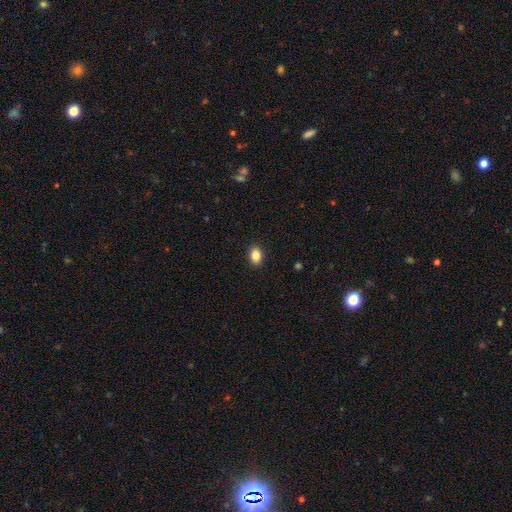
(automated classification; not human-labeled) smooth 85%, star or artifact 9%, featured or disk 5%. Down the decision tree: how rounded — in between (70%); merging — none (90%).